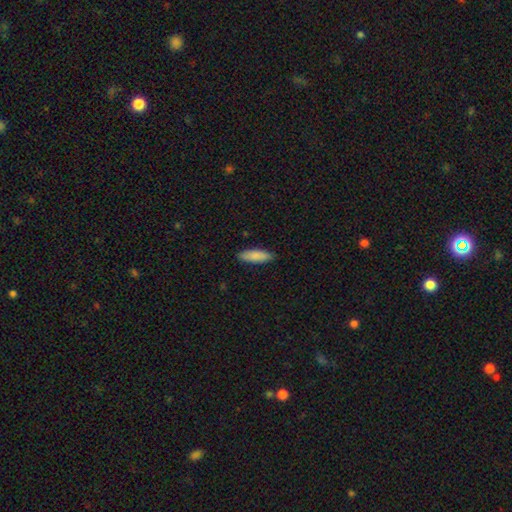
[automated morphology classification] type=smooth (87%); roundness=in between (50%); merging=none (87%).